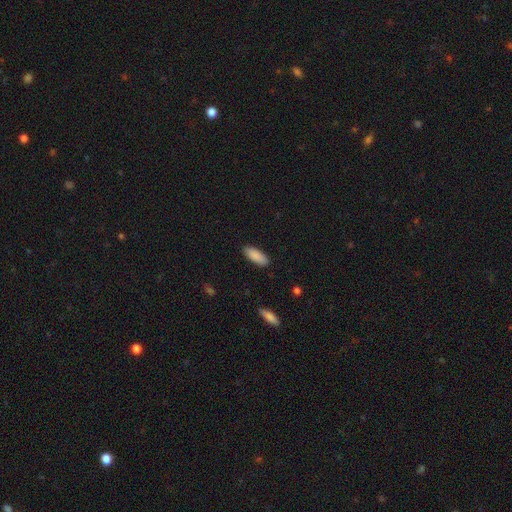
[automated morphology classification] Smooth or featured?
  - smooth: 89% *
  - star or artifact: 6%
  - featured or disk: 5%
How rounded?
  - in between: 71% *
  - cigar-shaped: 28%
  - round: 1%
Merging?
  - none: 88% *
  - minor disturbance: 9%
  - major disturbance: 2%
  - merger: 1%